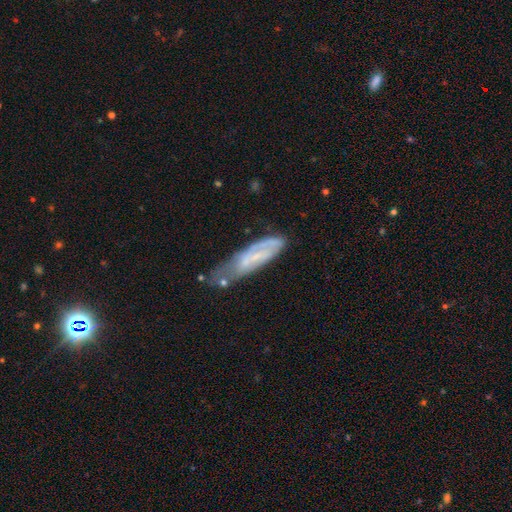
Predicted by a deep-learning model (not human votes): This is possibly a featured or disk galaxy (54%). It is likely not viewed edge-on (71%). Merging: marginally none (41%).